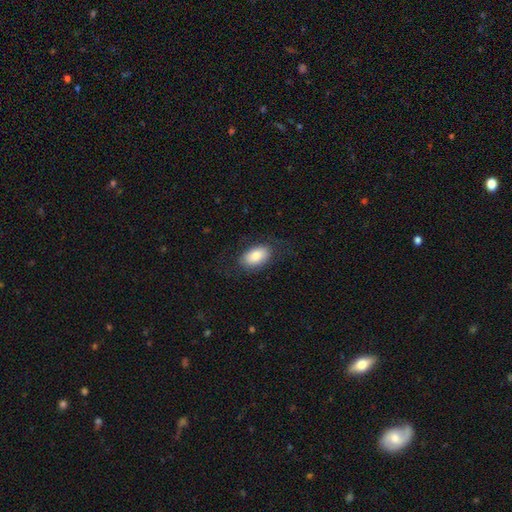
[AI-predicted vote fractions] Smooth or featured? smooth (82%)
How rounded? in between (93%)
Merging? none (76%)